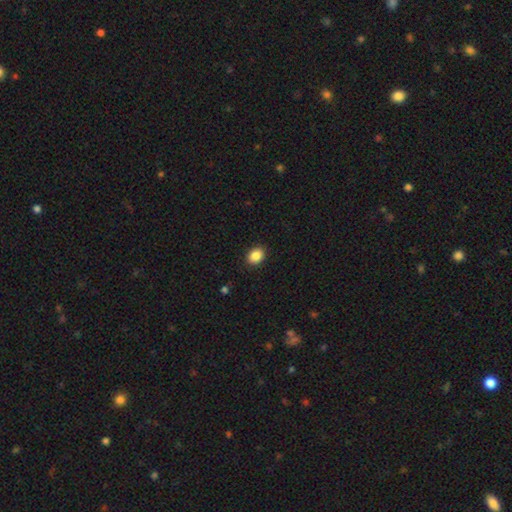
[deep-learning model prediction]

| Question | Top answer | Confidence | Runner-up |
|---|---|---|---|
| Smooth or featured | smooth | 88% | star or artifact (8%) |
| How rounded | in between | 65% | round (34%) |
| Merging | none | 90% | minor disturbance (7%) |